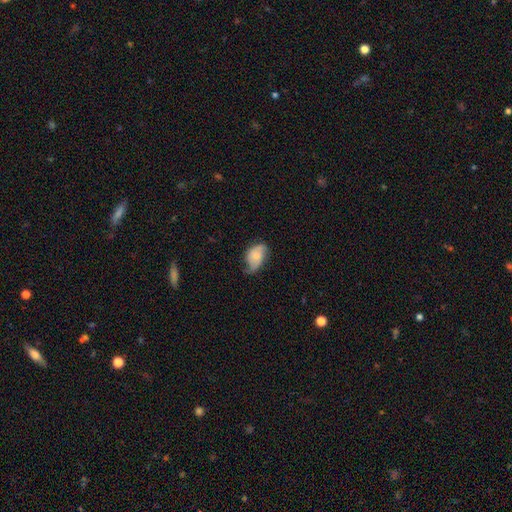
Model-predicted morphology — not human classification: Smooth or featured? Predicted: smooth (p=0.51). How rounded? Predicted: in between (p=0.88). Merging? Predicted: none (p=0.44).